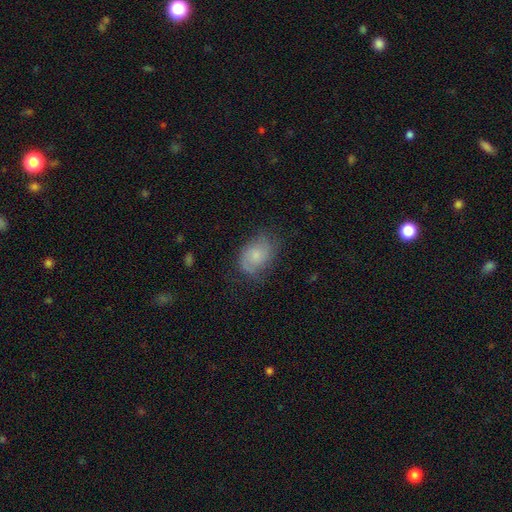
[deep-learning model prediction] A smooth galaxy with no disk features (54%) that is in between round and cigar-shaped (76%). Merging: none (64%).